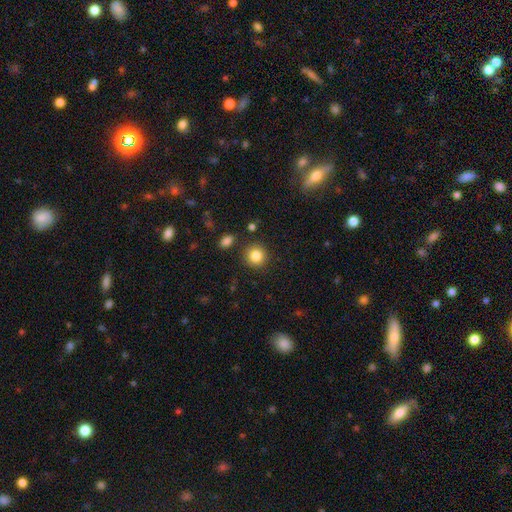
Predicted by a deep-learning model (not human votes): Smooth or featured? Predicted: smooth (p=0.84). How rounded? Predicted: round (p=0.91). Merging? Predicted: none (p=0.88).